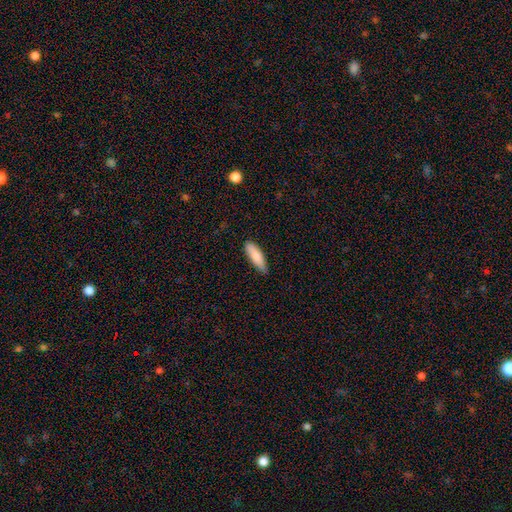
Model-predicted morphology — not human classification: Smooth or featured? smooth (84%)
How rounded? cigar-shaped (52%)
Merging? none (82%)